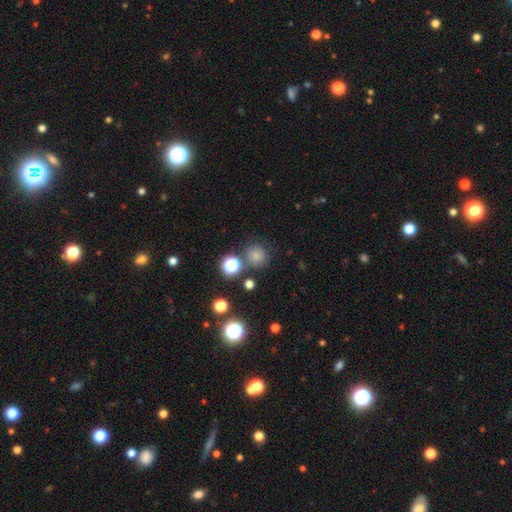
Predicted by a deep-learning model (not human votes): This is likely a smooth galaxy (74%). How rounded: clearly round (91%). Merging: likely none (73%).